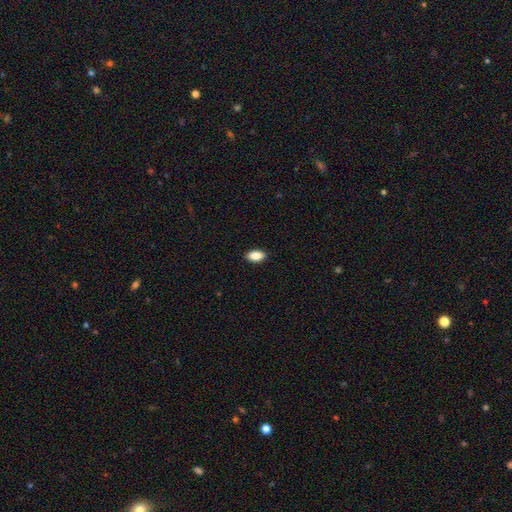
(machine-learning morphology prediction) smooth 88%, star or artifact 7%, featured or disk 5%. Down the decision tree: how rounded — in between (92%); merging — none (90%).